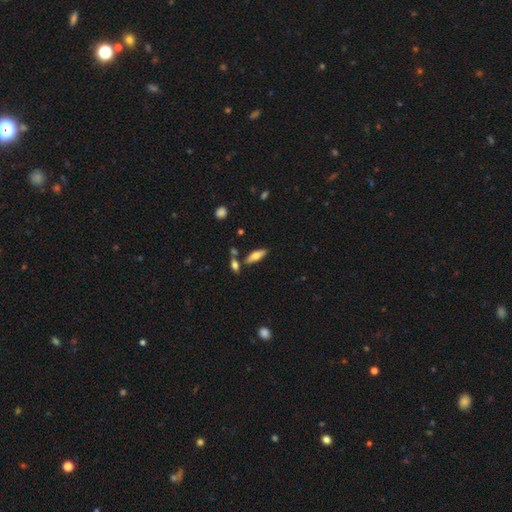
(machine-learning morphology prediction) This is likely a smooth galaxy (66%). How rounded: likely in between (60%). Merging: likely none (75%).